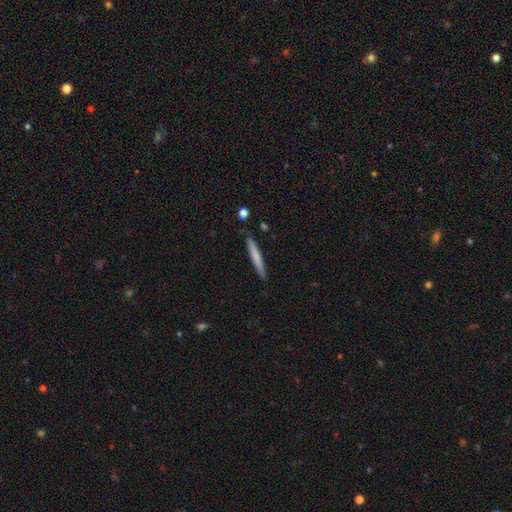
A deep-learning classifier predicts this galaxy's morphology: Q: Smooth or featured?
A: smooth (68%); runner-up: featured or disk (26%)
Q: How rounded?
A: cigar-shaped (96%); runner-up: in between (3%)
Q: Merging?
A: none (87%); runner-up: minor disturbance (10%)